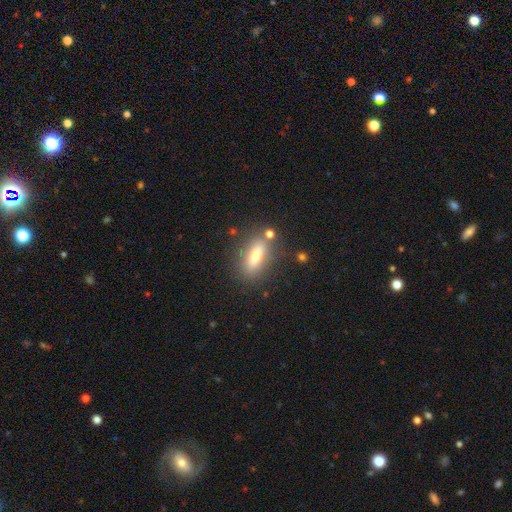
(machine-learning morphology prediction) Smooth or featured? smooth (65%)
How rounded? in between (71%)
Merging? none (76%)